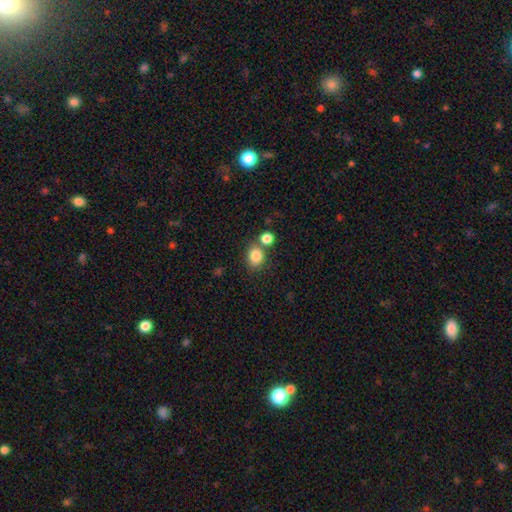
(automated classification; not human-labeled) This appears to be a smooth galaxy with no disk features (84%) that is round (63%). Merging: none (64%).